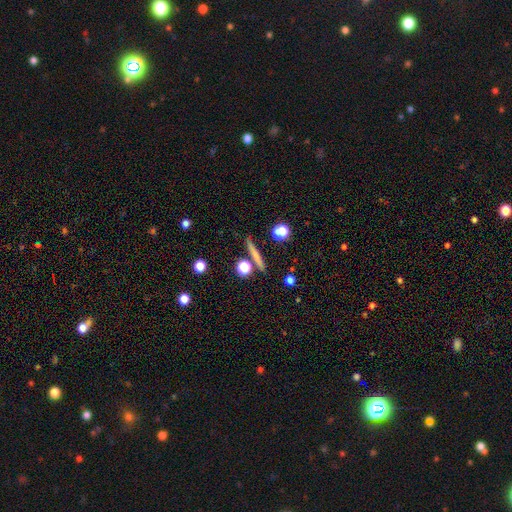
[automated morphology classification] Smooth or featured?
  - smooth: 63% *
  - featured or disk: 27%
  - star or artifact: 10%
How rounded?
  - cigar-shaped: 83% *
  - round: 10%
  - in between: 7%
Merging?
  - none: 82% *
  - minor disturbance: 8%
  - merger: 6%
  - major disturbance: 3%